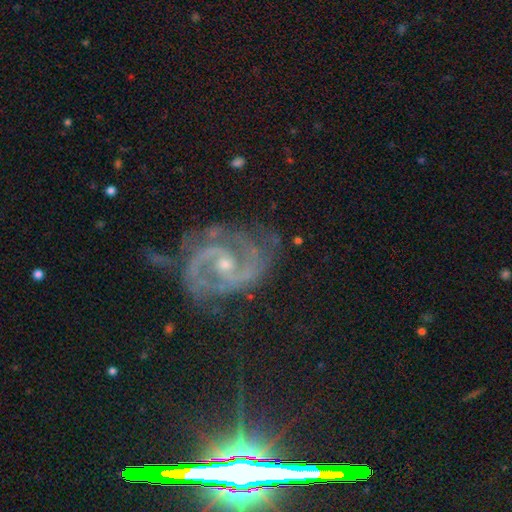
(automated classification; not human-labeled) The model was most divided on "bar": no: 43%, weak: 41%, strong: 16%. More confident: spiral arms — yes (98%); edge-on disk — no (98%); smooth or featured — featured or disk (86%); spiral arm count — 2 (79%); merging — none (69%); bulge size — small (62%); spiral winding — medium (53%).